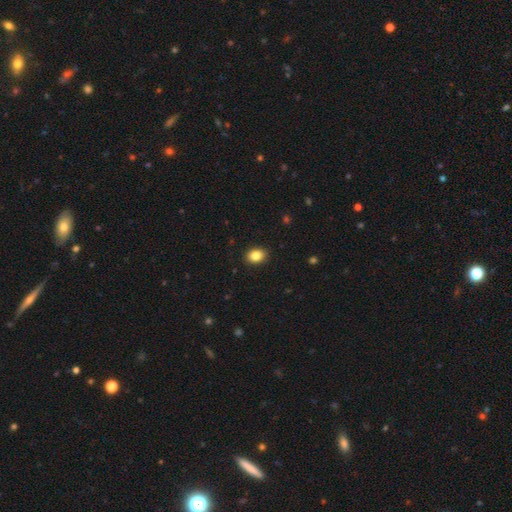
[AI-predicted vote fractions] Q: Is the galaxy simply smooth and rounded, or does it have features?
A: smooth — 85%.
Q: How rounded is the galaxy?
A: in between — 64%.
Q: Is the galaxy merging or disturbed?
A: none — 91%.